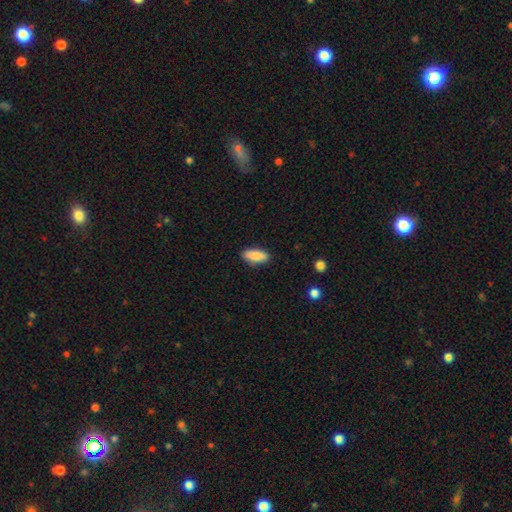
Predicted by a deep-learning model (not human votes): A smooth galaxy with no disk features (85%) that is in between round and cigar-shaped (79%).

Vote fractions:
- Smooth or featured? smooth: 85% / featured or disk: 8% / star or artifact: 6%
- How rounded? in between: 79% / cigar-shaped: 19% / round: 2%
- Merging? none: 87% / minor disturbance: 10% / major disturbance: 2% / merger: 1%